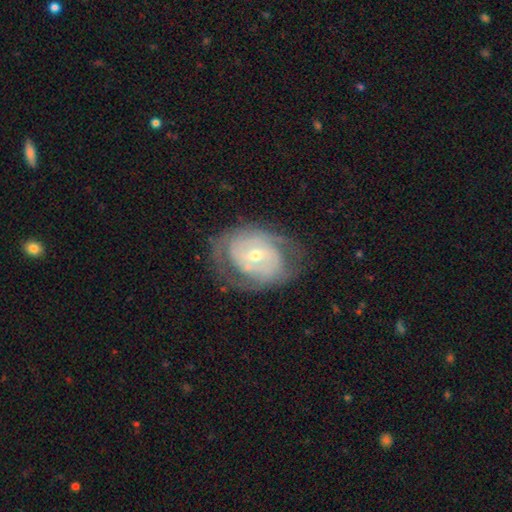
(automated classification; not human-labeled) Smooth or featured? Predicted: featured or disk (p=0.78). Edge-on disk? Predicted: no (p=0.96). Bar? Predicted: no (p=0.57). Spiral arms? Predicted: yes (p=0.81). Spiral winding? Predicted: tight (p=0.61). Spiral arm count? Predicted: 2 (p=0.43). Bulge size? Predicted: small (p=0.49). Merging? Predicted: none (p=0.66).